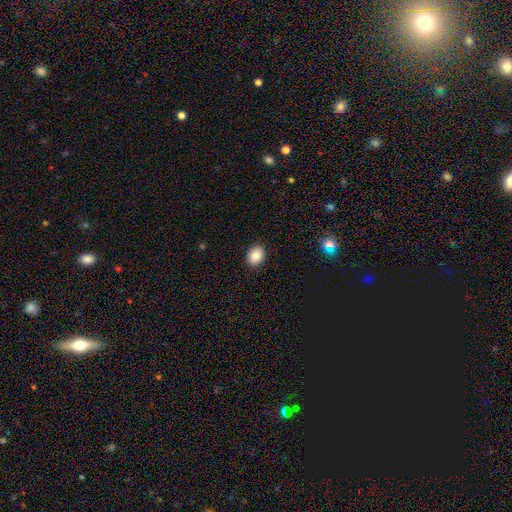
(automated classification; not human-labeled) A smooth galaxy with no disk features (85%) that is in between round and cigar-shaped (57%).

Vote fractions:
- Smooth or featured? smooth: 85% / star or artifact: 9% / featured or disk: 6%
- How rounded? in between: 57% / round: 42% / cigar-shaped: 1%
- Merging? none: 91% / minor disturbance: 7% / major disturbance: 2% / merger: 1%